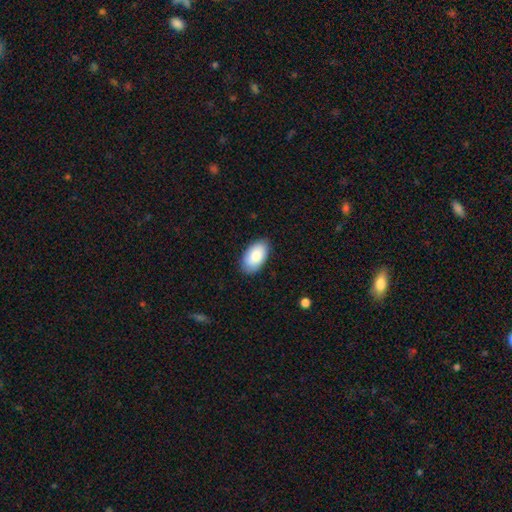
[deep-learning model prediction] Morphology: type=smooth (88%); roundness=in between (96%); merging=none (86%).